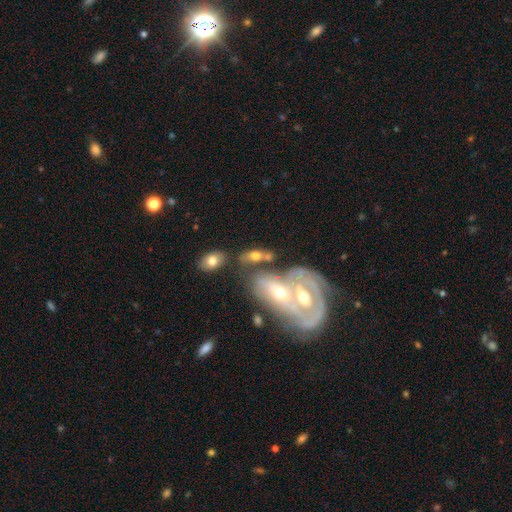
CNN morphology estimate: Q: Smooth or featured?
A: smooth (54%); runner-up: featured or disk (38%)
Q: How rounded?
A: in between (81%); runner-up: cigar-shaped (12%)
Q: Merging?
A: none (38%); runner-up: merger (35%)